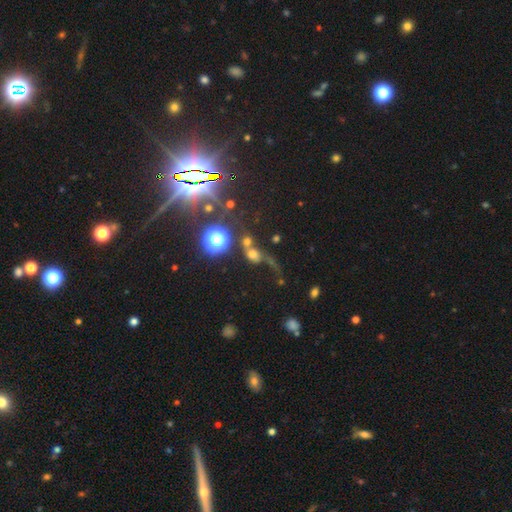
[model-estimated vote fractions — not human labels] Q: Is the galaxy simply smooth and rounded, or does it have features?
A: smooth — 46%.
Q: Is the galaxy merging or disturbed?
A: merger — 31%.